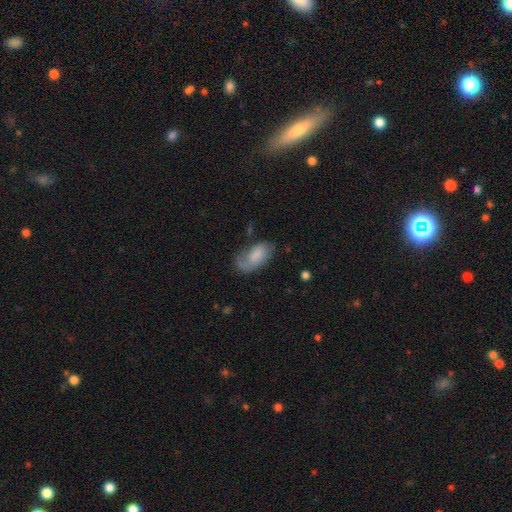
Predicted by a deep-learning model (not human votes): A smooth galaxy with no disk features (63%) that is in between round and cigar-shaped (94%).

Vote fractions:
- Smooth or featured? smooth: 63% / featured or disk: 30% / star or artifact: 7%
- How rounded? in between: 94% / round: 3% / cigar-shaped: 3%
- Merging? none: 48% / minor disturbance: 29% / major disturbance: 20% / merger: 3%